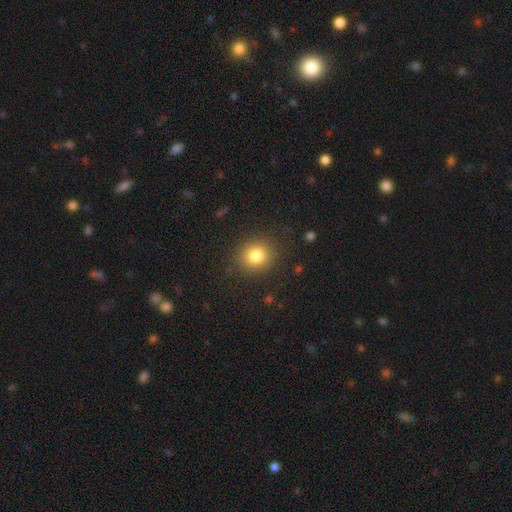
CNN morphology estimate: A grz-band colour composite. It shows a smooth galaxy with no disk features (81%) that is round (83%). Merging: none (87%).